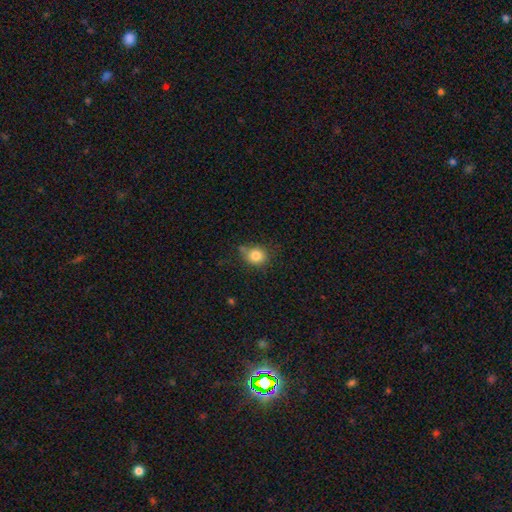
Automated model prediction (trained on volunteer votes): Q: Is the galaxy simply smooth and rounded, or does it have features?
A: smooth — 82%.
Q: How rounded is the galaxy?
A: round — 79%.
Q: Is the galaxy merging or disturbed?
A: none — 65%.